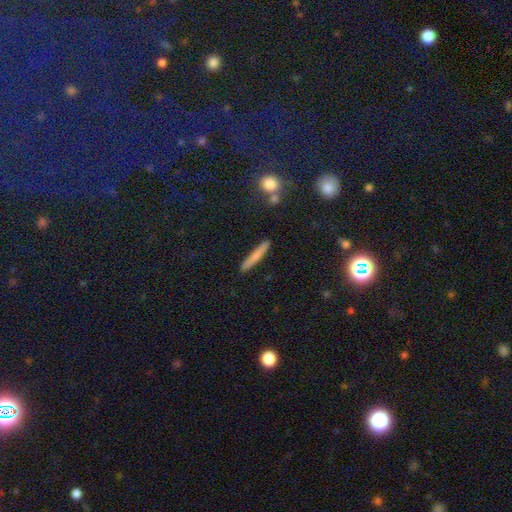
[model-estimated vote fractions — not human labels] The model was most divided on "smooth or featured": smooth: 65%, featured or disk: 27%, star or artifact: 8%. More confident: how rounded — cigar-shaped (94%); merging — none (88%).